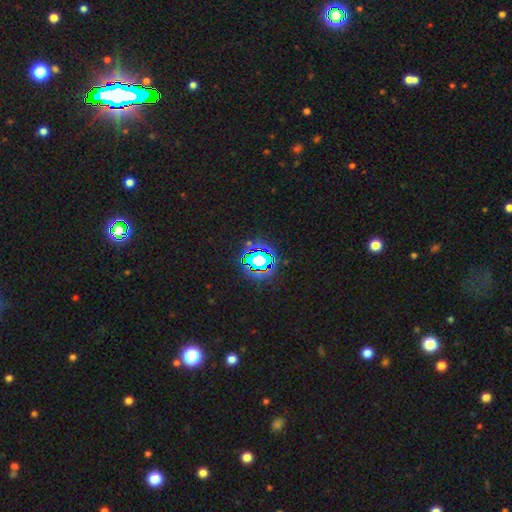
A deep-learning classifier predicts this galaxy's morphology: Smooth or featured?
  - star or artifact: 75% *
  - smooth: 16%
  - featured or disk: 9%